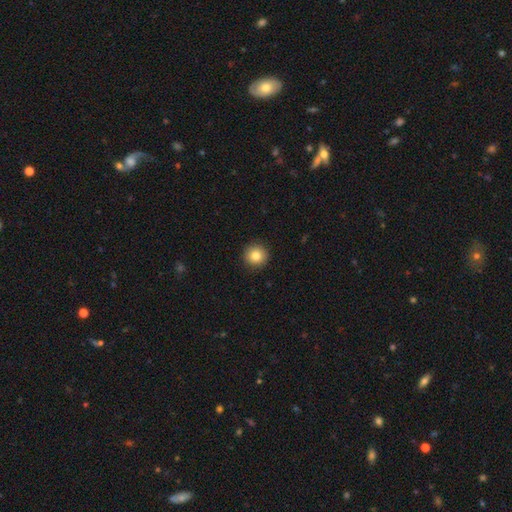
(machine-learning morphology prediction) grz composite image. It shows a smooth galaxy with no disk features (84%) that is round (95%). Merging: none (92%).